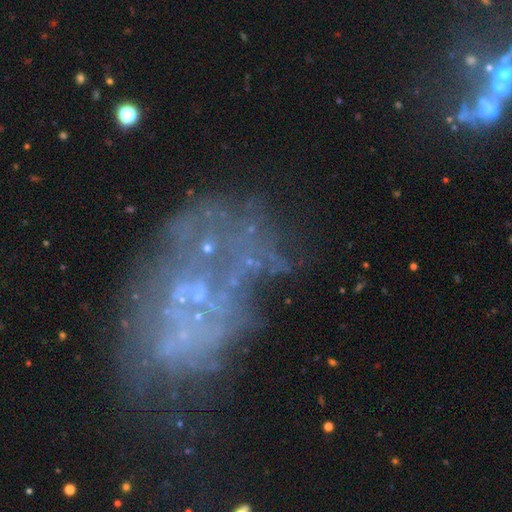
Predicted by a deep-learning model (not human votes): Smooth or featured? featured or disk (64%)
Edge-on disk? no (97%)
Bar? no (92%)
Spiral arms? no (87%)
Bulge size? none (80%)
Merging? major disturbance (35%)